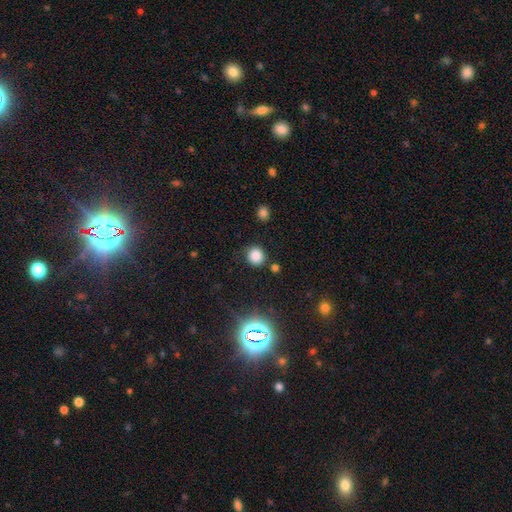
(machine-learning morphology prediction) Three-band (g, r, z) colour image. It shows a smooth galaxy with no disk features (81%) that is round (87%). Merging: none (82%).